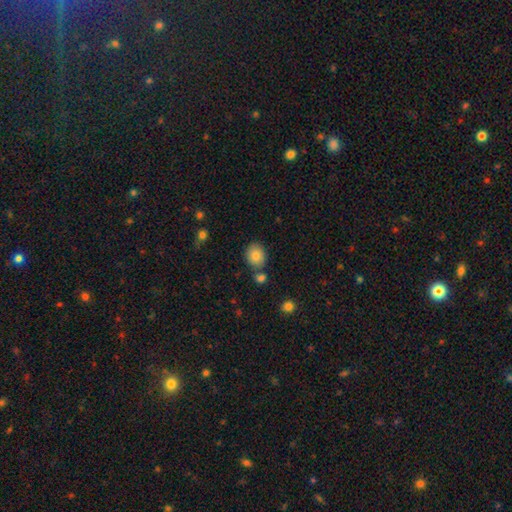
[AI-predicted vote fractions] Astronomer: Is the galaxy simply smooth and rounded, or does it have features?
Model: smooth — 83%.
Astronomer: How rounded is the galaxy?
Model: round — 60% (runner-up: in between, 39%).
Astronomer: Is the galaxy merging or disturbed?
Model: none — 74%.